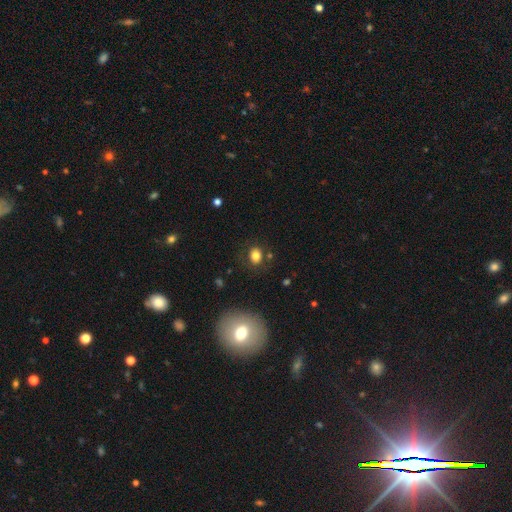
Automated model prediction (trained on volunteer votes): This appears to be a smooth galaxy with no disk features (80%) that is round (55%). Merging: none (79%).